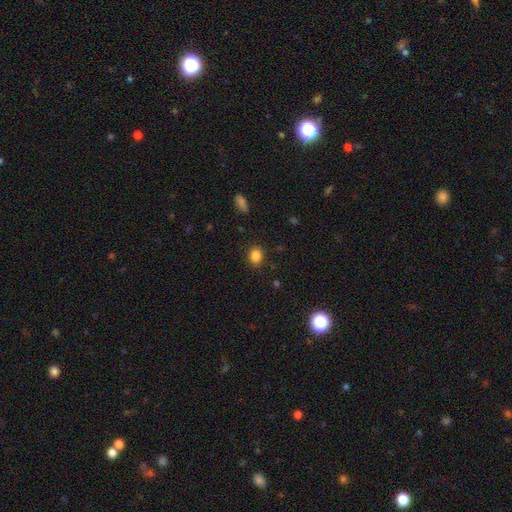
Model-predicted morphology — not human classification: Smooth or featured? smooth (85%)
How rounded? round (65%)
Merging? none (88%)